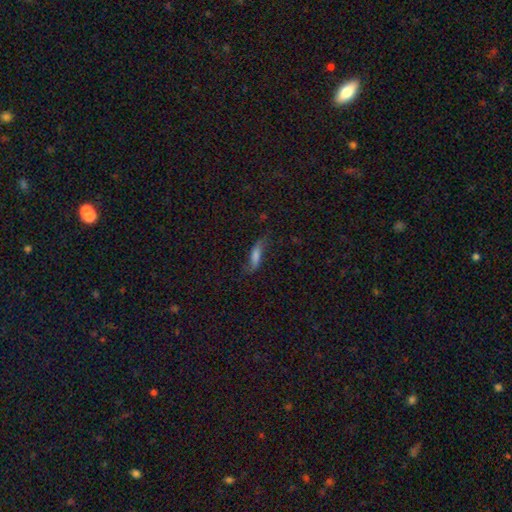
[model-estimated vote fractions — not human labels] This is possibly a smooth galaxy (58%). How rounded: possibly cigar-shaped (54%). Merging: possibly none (58%).